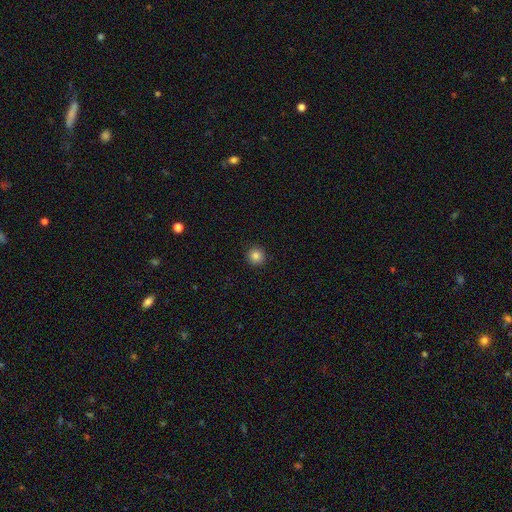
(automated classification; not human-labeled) Smooth or featured? Predicted: smooth (p=0.83). How rounded? Predicted: round (p=0.95). Merging? Predicted: none (p=0.92).